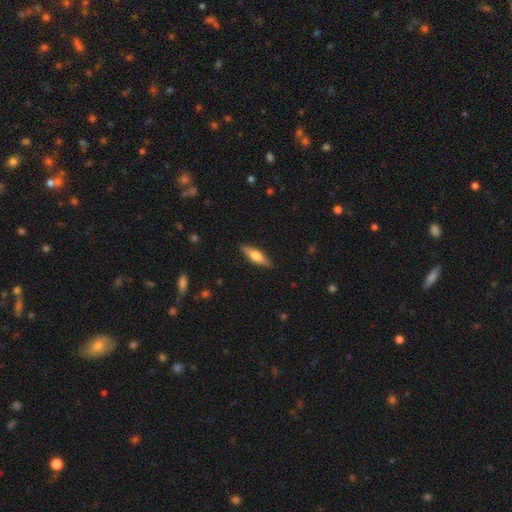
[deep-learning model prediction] Smooth or featured? Predicted: smooth (p=0.53). How rounded? Predicted: cigar-shaped (p=0.65). Merging? Predicted: none (p=0.88).